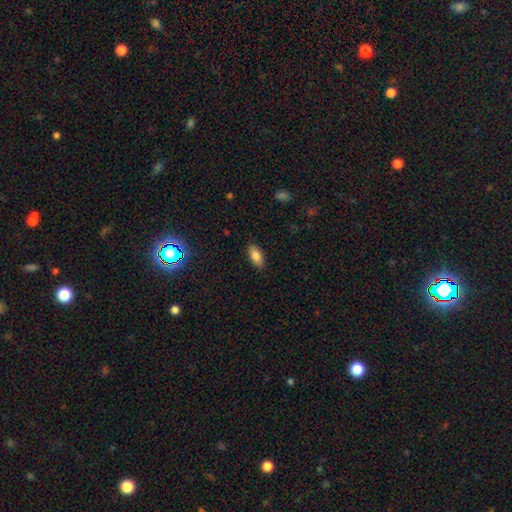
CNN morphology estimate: A smooth galaxy with no disk features (82%) that is in between round and cigar-shaped (87%).

Vote fractions:
- Smooth or featured? smooth: 82% / featured or disk: 10% / star or artifact: 8%
- How rounded? in between: 87% / cigar-shaped: 10% / round: 3%
- Merging? none: 87% / minor disturbance: 10% / major disturbance: 2% / merger: 1%